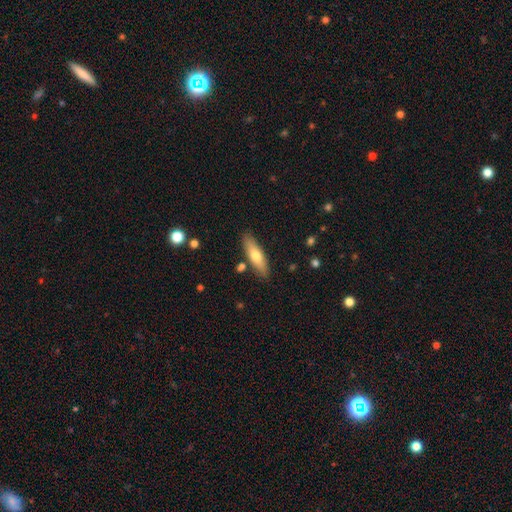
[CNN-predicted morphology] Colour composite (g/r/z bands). It shows a smooth galaxy with no disk features (65%) that is cigar-shaped (60%). Merging: none (84%).